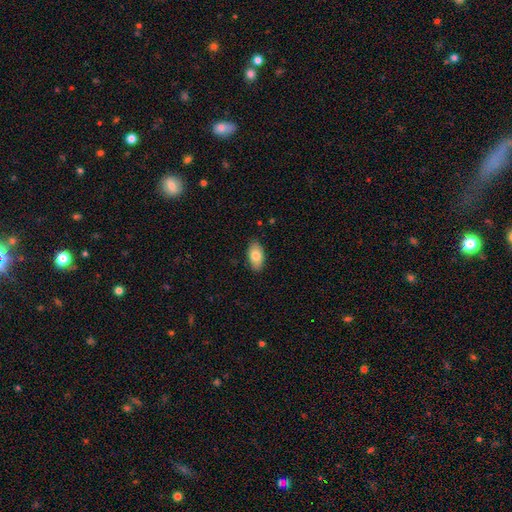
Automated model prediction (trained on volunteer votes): Smooth or featured: smooth — 80% (featured or disk — 13%)
How rounded: in between — 93% (round — 4%)
Merging: none — 87% (minor disturbance — 10%)